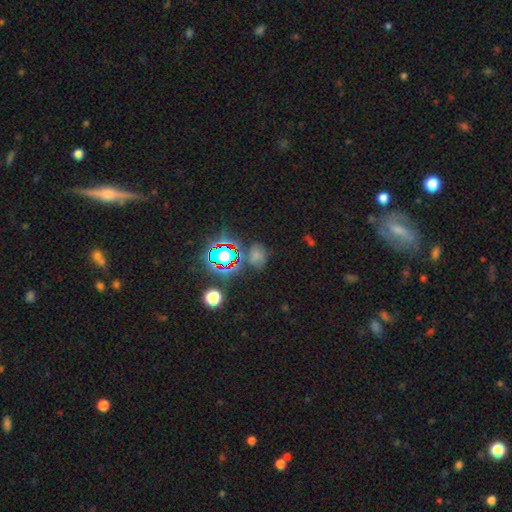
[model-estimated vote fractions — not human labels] The model was most divided on "smooth or featured": smooth: 48%, star or artifact: 41%, featured or disk: 11%. More confident: merging — none (64%).